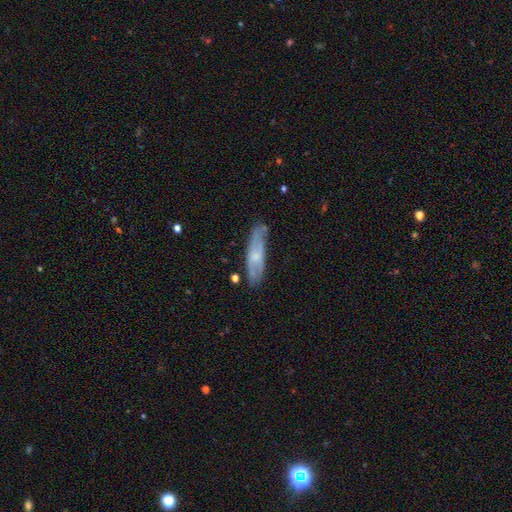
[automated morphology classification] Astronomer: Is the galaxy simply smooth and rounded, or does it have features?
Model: featured or disk — 49% (runner-up: smooth, 44%).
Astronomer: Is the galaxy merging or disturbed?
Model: none — 68%.